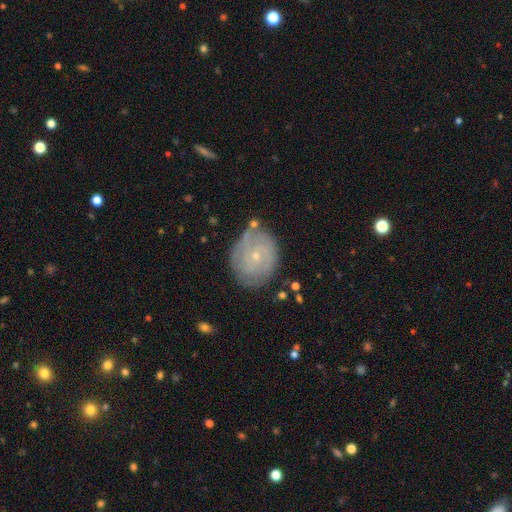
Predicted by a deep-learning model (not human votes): Smooth or featured? featured or disk (71%)
Edge-on disk? no (97%)
Bar? no (72%)
Spiral arms? yes (87%)
Spiral winding? tight (69%)
Spiral arm count? can't tell (40%)
Bulge size? small (81%)
Merging? none (71%)